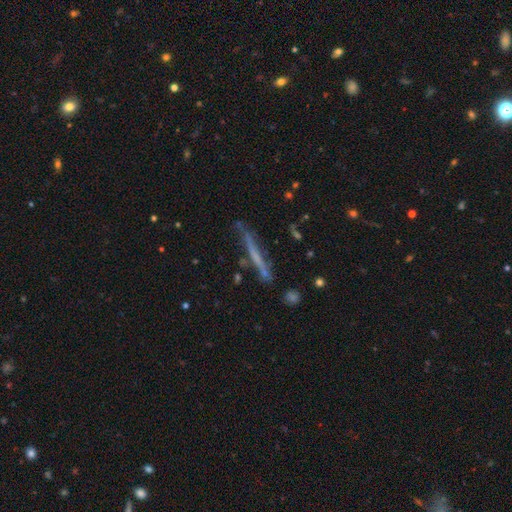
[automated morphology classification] The model was most divided on "smooth or featured": featured or disk: 52%, smooth: 41%, star or artifact: 8%. More confident: edge-on disk — yes (94%); merging — none (76%).